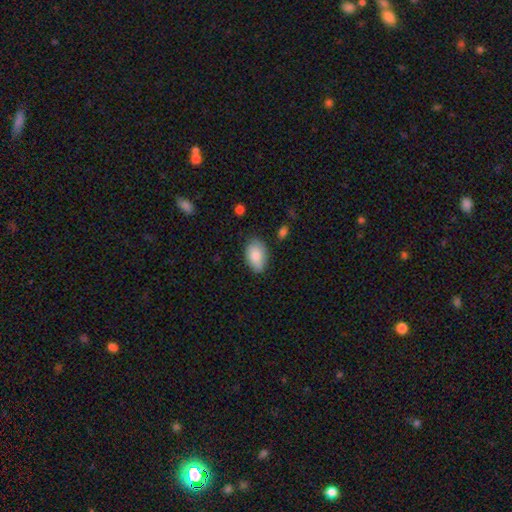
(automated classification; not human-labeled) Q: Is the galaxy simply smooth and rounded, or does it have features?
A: smooth — 84%.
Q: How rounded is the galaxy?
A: in between — 91%.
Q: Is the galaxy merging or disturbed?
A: none — 76%.